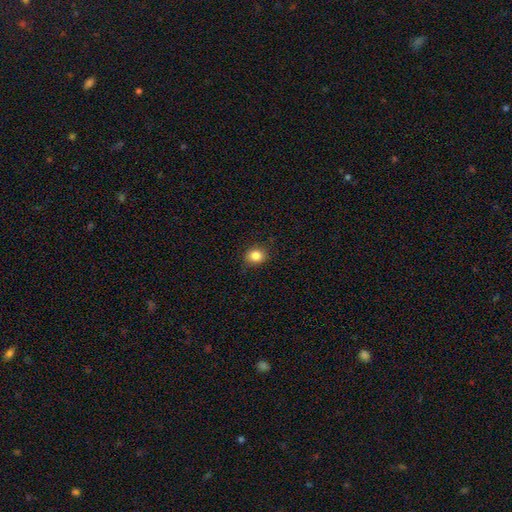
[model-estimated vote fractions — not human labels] smooth 85%, star or artifact 10%, featured or disk 5%. Down the decision tree: how rounded — round (68%); merging — none (86%).